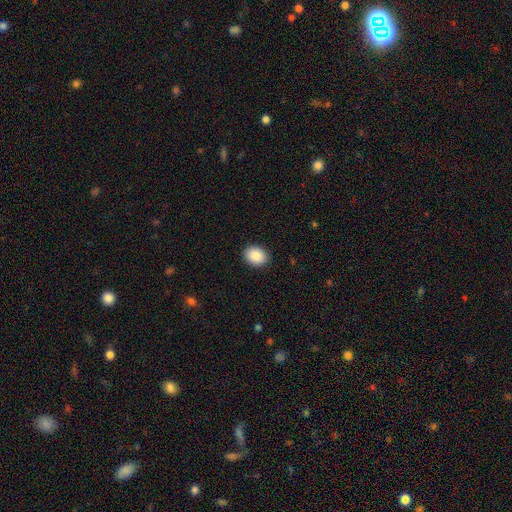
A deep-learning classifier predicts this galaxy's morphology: Smooth or featured? Predicted: smooth (p=0.89). How rounded? Predicted: in between (p=0.64). Merging? Predicted: none (p=0.90).